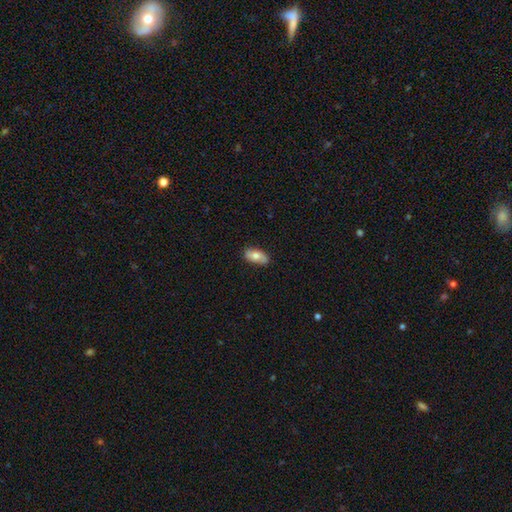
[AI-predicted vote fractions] Smooth or featured?
  - smooth: 70% *
  - featured or disk: 24%
  - star or artifact: 6%
How rounded?
  - in between: 91% *
  - cigar-shaped: 6%
  - round: 3%
Merging?
  - none: 84% *
  - minor disturbance: 13%
  - major disturbance: 2%
  - merger: 1%